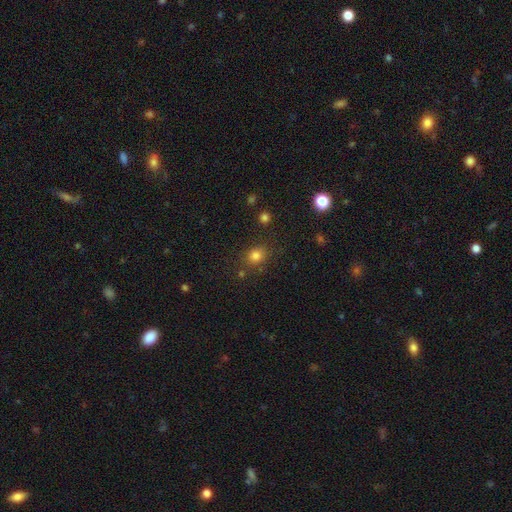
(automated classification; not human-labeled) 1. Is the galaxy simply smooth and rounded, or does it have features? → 79% smooth, 15% star or artifact, 6% featured or disk.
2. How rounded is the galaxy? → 71% round, 28% in between, 1% cigar-shaped.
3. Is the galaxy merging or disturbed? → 79% none, 12% minor disturbance, 5% merger, 4% major disturbance.